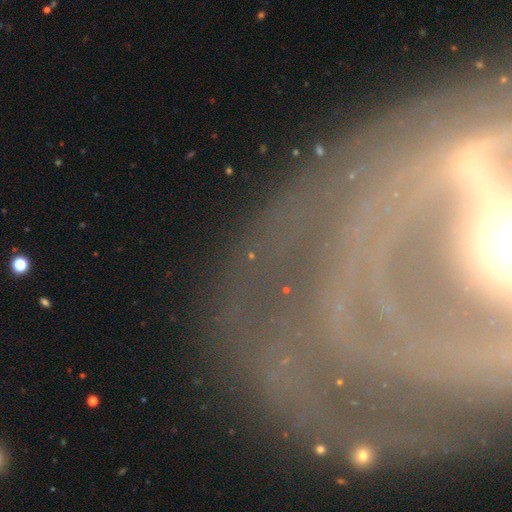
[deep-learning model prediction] Smooth or featured?
  - featured or disk: 74% *
  - smooth: 13%
  - star or artifact: 13%
Edge-on disk?
  - no: 83% *
  - yes: 17%
Bar?
  - strong: 53% *
  - no: 24%
  - weak: 23%
Spiral arms?
  - yes: 70% *
  - no: 30%
Bulge size?
  - moderate: 50% *
  - small: 21%
  - large: 20%
  - dominant: 5%
  - none: 5%
Merging?
  - none: 73% *
  - minor disturbance: 13%
  - major disturbance: 10%
  - merger: 4%